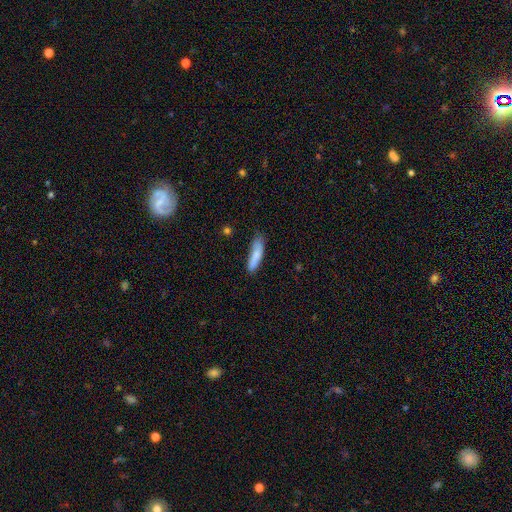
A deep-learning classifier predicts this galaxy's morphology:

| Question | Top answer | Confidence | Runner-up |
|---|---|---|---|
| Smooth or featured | smooth | 82% | featured or disk (12%) |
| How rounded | cigar-shaped | 74% | in between (24%) |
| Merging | none | 67% | minor disturbance (25%) |